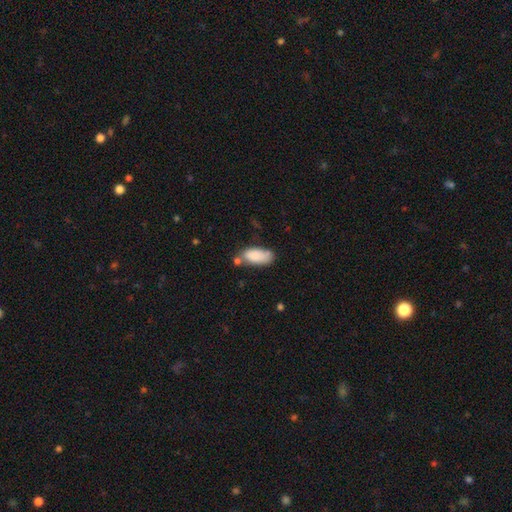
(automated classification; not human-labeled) Morphology: type=smooth (84%); roundness=in between (88%); merging=none (55%).